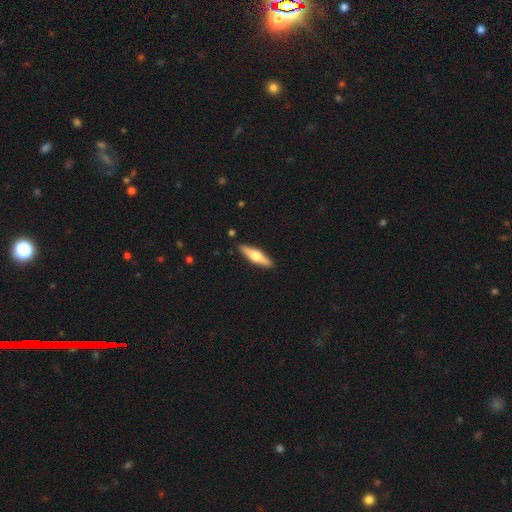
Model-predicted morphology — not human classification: This is possibly a featured or disk galaxy (54%). It is clearly viewed edge-on (94%). Edge-on bulge: clearly rounded (94%). Merging: clearly none (90%).